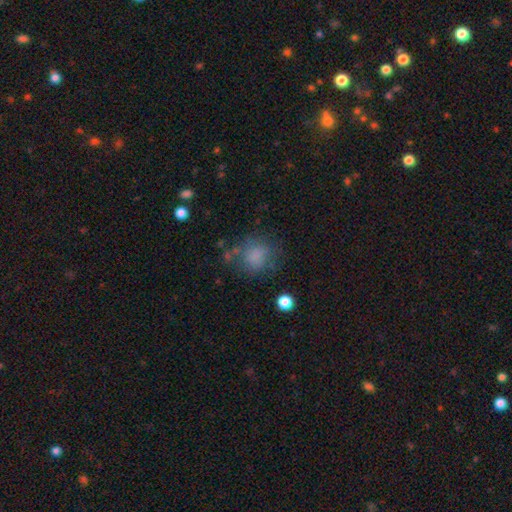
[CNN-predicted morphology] The model was most divided on "merging": none: 65%, minor disturbance: 19%, major disturbance: 12%, merger: 4%. More confident: how rounded — round (78%); smooth or featured — smooth (77%).